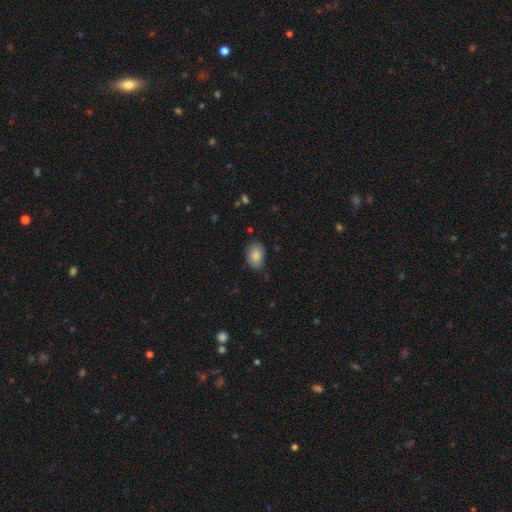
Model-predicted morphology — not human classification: Overall: smooth (86%). How rounded: in between (87%). Merging: none (74%).